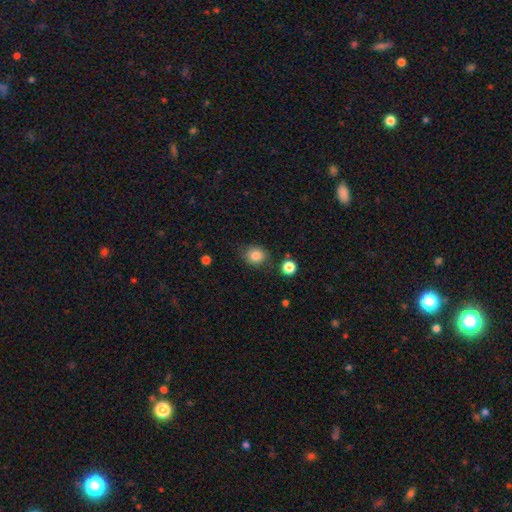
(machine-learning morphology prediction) smooth-or-featured: smooth: 84% | star or artifact: 11% | featured or disk: 6%
  how-rounded: round: 76% | in between: 23% | cigar-shaped: 1%
  merging: none: 78% | minor disturbance: 14% | merger: 4% | major disturbance: 4%